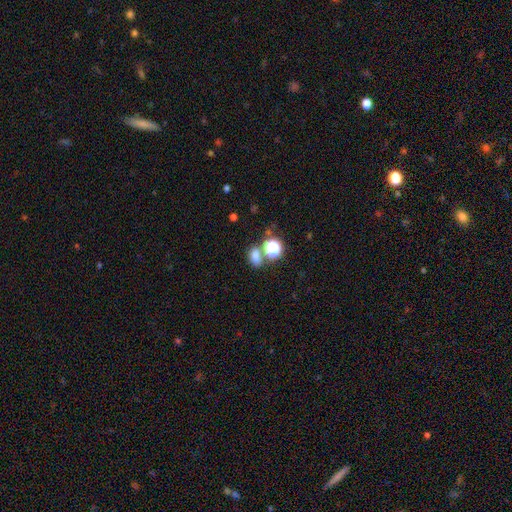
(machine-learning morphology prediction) smooth-or-featured: smooth: 72% | star or artifact: 21% | featured or disk: 7%
  how-rounded: in between: 65% | round: 33% | cigar-shaped: 2%
  merging: none: 63% | merger: 22% | minor disturbance: 10% | major disturbance: 4%